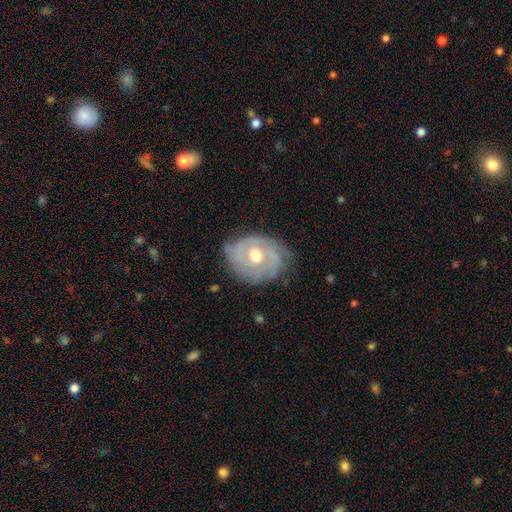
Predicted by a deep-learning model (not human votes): Smooth or featured? Predicted: featured or disk (p=0.82). Edge-on disk? Predicted: no (p=0.97). Bar? Predicted: no (p=0.72). Spiral arms? Predicted: yes (p=0.88). Spiral winding? Predicted: tight (p=0.67). Spiral arm count? Predicted: can't tell (p=0.33). Bulge size? Predicted: moderate (p=0.79). Merging? Predicted: none (p=0.71).